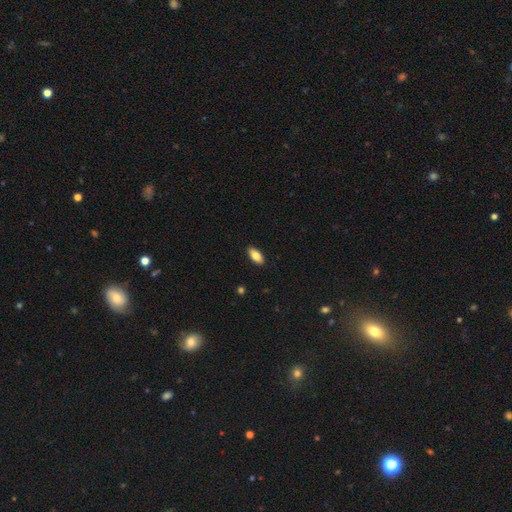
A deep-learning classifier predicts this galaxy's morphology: smooth 79%, featured or disk 14%, star or artifact 7%. Down the decision tree: how rounded — in between (87%); merging — none (90%).